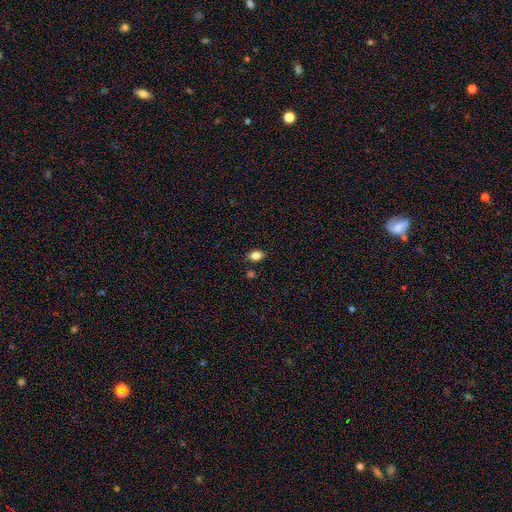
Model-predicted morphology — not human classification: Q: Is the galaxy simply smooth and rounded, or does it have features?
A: smooth — 83%.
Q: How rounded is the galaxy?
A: in between — 85%.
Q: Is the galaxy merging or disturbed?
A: none — 83%.